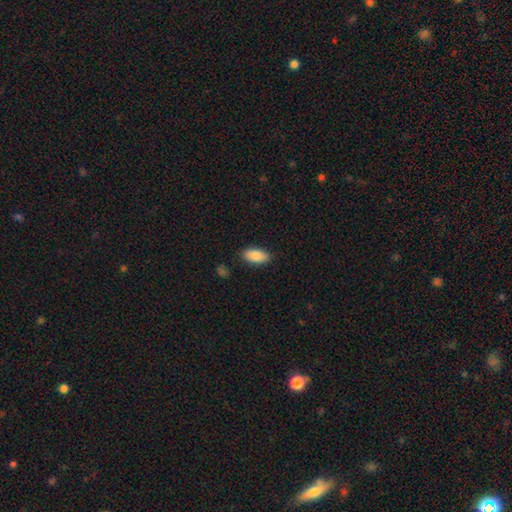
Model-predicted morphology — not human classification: Q: Smooth or featured?
A: smooth (85%); runner-up: featured or disk (8%)
Q: How rounded?
A: in between (91%); runner-up: cigar-shaped (6%)
Q: Merging?
A: none (85%); runner-up: minor disturbance (11%)